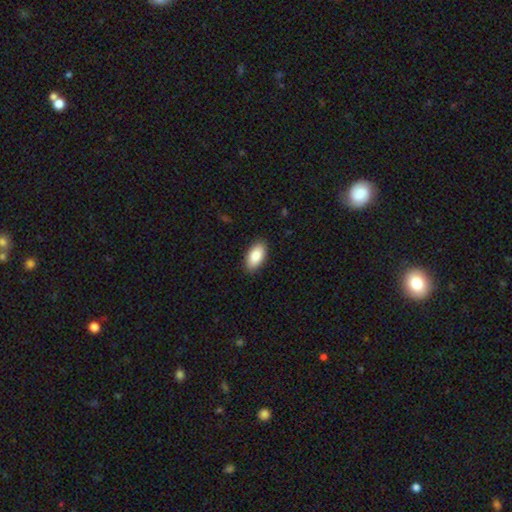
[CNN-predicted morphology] A smooth galaxy with no disk features (87%) that is in between round and cigar-shaped (94%).

Vote fractions:
- Smooth or featured? smooth: 87% / featured or disk: 7% / star or artifact: 6%
- How rounded? in between: 94% / cigar-shaped: 3% / round: 3%
- Merging? none: 89% / minor disturbance: 9% / major disturbance: 2% / merger: 1%